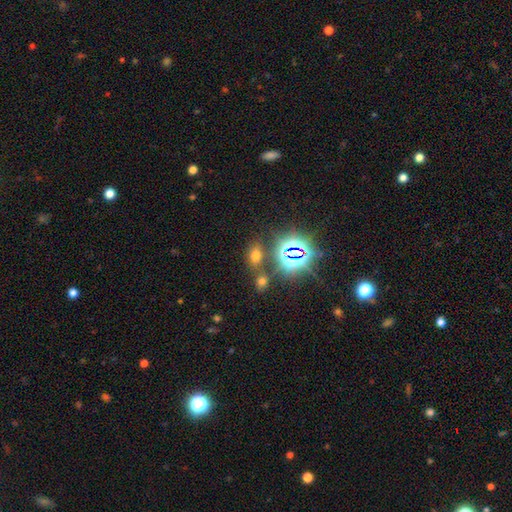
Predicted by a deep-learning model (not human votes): This is possibly a smooth galaxy (52%). How rounded: clearly in between (81%). Merging: likely none (71%).